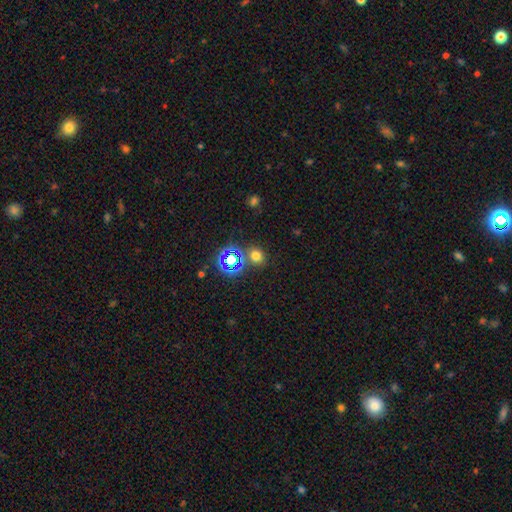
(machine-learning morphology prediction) Overall: smooth (62%; star or artifact 32%). How rounded: round (74%). Merging: none (77%).